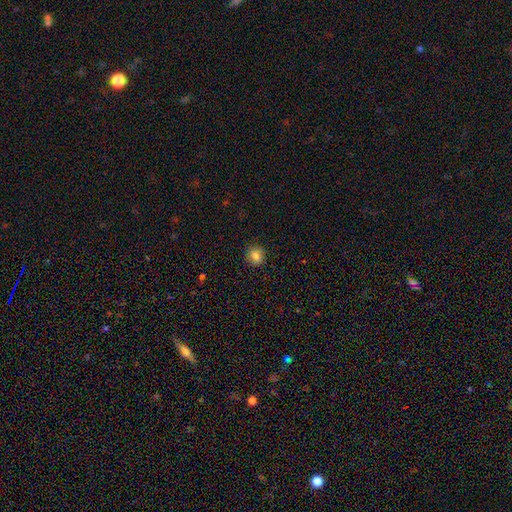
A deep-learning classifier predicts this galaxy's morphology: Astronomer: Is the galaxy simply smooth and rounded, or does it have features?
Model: smooth — 81%.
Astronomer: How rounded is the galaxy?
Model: round — 85%.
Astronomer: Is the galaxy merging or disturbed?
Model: none — 90%.